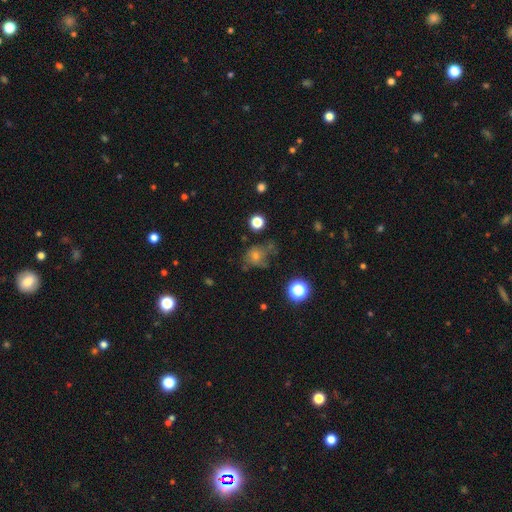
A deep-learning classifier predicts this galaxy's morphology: smooth 57%, star or artifact 24%, featured or disk 19%. Down the decision tree: how rounded — round (66%); merging — none (49%).